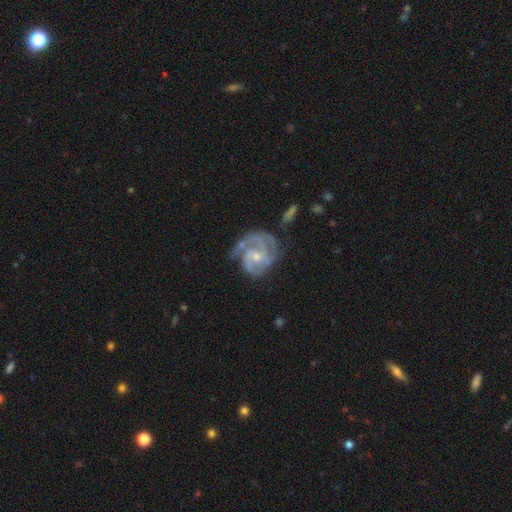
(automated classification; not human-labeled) The model was most divided on "spiral winding": tight: 50%, medium: 41%, loose: 8%. More confident: edge-on disk — no (98%); spiral arms — yes (98%); smooth or featured — featured or disk (90%); bulge size — small (61%); bar — no (58%); merging — none (57%); spiral arm count — 2 (53%).